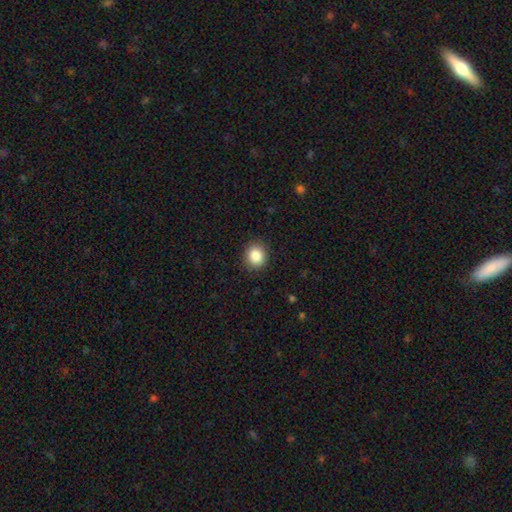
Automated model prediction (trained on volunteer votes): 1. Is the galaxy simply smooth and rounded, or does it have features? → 86% smooth, 9% star or artifact, 5% featured or disk.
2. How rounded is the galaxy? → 75% round, 24% in between, 1% cigar-shaped.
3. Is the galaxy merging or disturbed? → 89% none, 7% minor disturbance, 2% major disturbance, 1% merger.